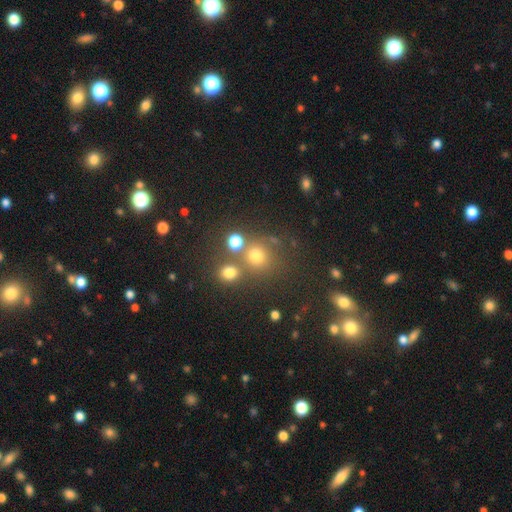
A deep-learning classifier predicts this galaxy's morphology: Q: Smooth or featured?
A: smooth (69%); runner-up: star or artifact (21%)
Q: How rounded?
A: round (86%); runner-up: in between (13%)
Q: Merging?
A: none (64%); runner-up: merger (21%)